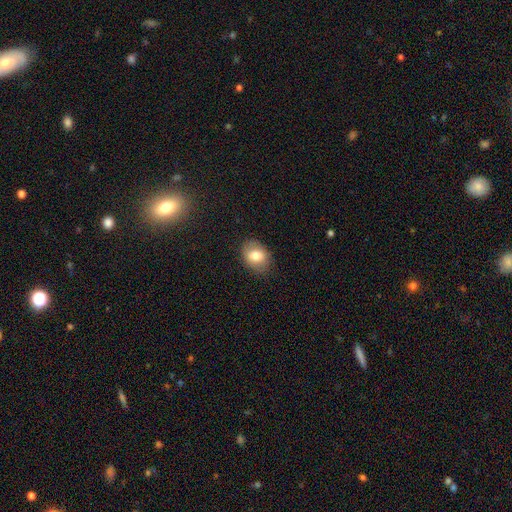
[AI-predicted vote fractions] Smooth or featured: smooth — 76% (featured or disk — 15%)
How rounded: in between — 62% (round — 37%)
Merging: none — 81% (minor disturbance — 14%)